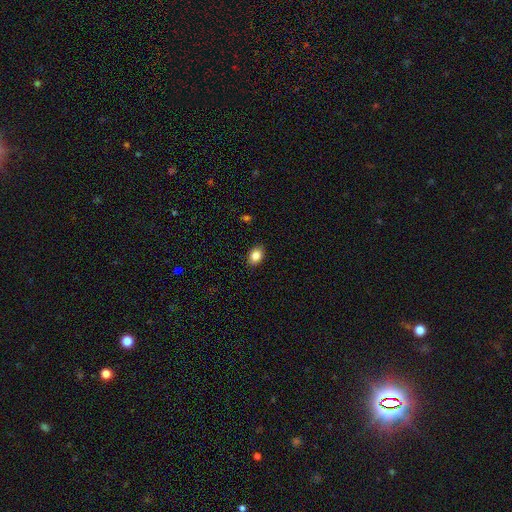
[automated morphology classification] Q: Smooth or featured?
A: smooth (85%); runner-up: star or artifact (9%)
Q: How rounded?
A: in between (75%); runner-up: round (24%)
Q: Merging?
A: none (89%); runner-up: minor disturbance (9%)